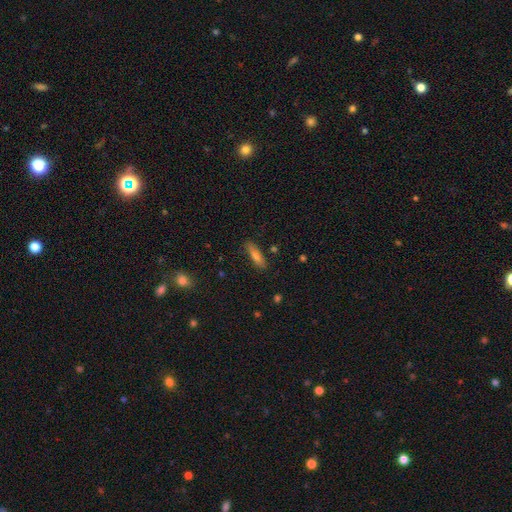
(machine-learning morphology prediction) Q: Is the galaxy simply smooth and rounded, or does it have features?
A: smooth — 65%.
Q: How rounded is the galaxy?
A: cigar-shaped — 65%.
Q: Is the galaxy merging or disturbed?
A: none — 85%.